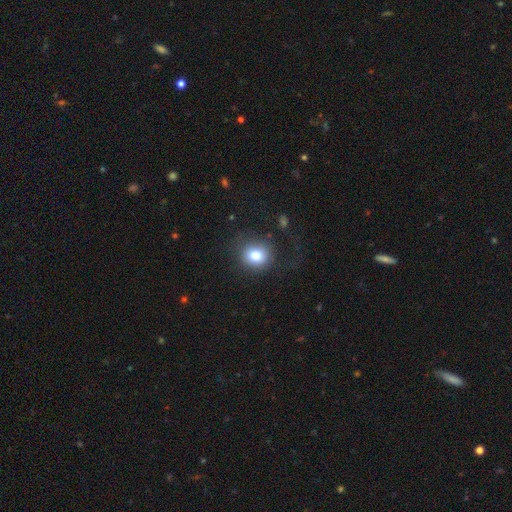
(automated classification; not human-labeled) A smooth galaxy with no disk features (79%) that is round (83%).

Vote fractions:
- Smooth or featured? smooth: 79% / star or artifact: 11% / featured or disk: 10%
- How rounded? round: 83% / in between: 16% / cigar-shaped: 1%
- Merging? none: 78% / minor disturbance: 12% / major disturbance: 9% / merger: 1%